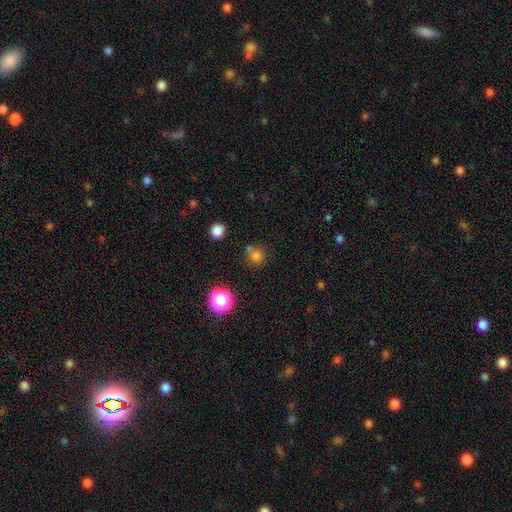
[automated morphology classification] This is likely a smooth galaxy (72%). How rounded: clearly round (86%). Merging: possibly none (58%).